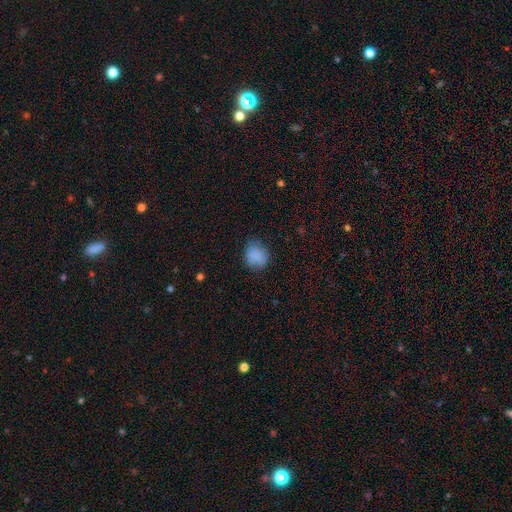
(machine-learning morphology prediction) Q: Smooth or featured?
A: smooth (83%); runner-up: star or artifact (10%)
Q: How rounded?
A: round (64%); runner-up: in between (35%)
Q: Merging?
A: none (74%); runner-up: minor disturbance (20%)